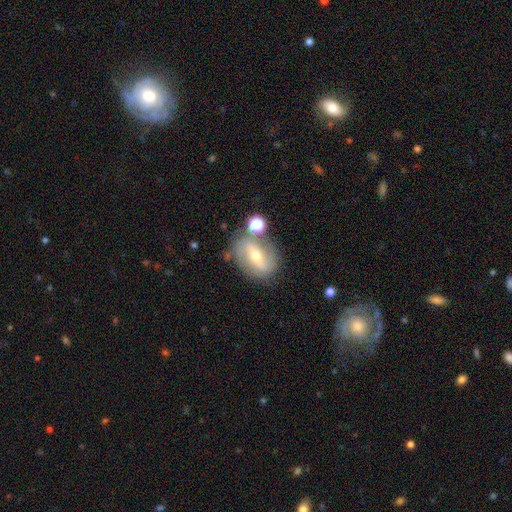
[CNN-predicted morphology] A featured or disk galaxy (65%) with a strong bar (46%), spiral arms (66%) and a moderate central bulge (58%). Merging: none (70%).